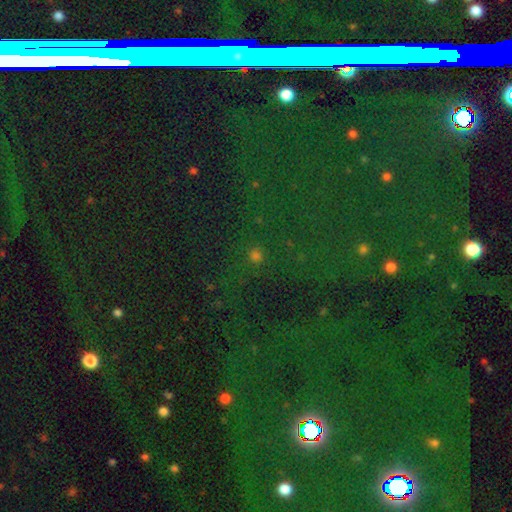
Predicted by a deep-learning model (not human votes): Smooth or featured: smooth — 54% (star or artifact — 40%)
How rounded: round — 89% (in between — 9%)
Merging: none — 83% (minor disturbance — 8%)